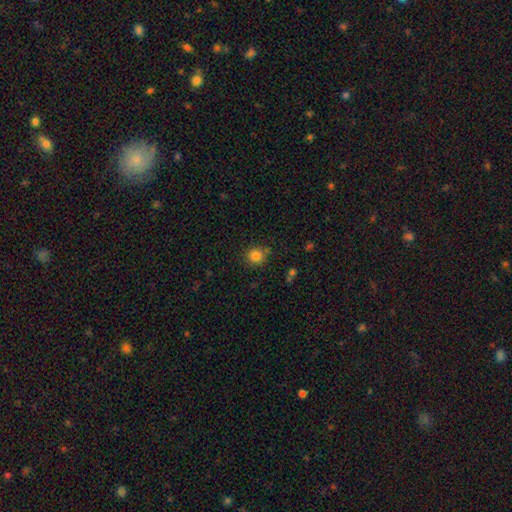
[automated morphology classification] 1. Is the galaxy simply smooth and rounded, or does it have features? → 83% smooth, 12% star or artifact, 5% featured or disk.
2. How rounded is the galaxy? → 91% round, 8% in between, 1% cigar-shaped.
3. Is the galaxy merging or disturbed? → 82% none, 12% minor disturbance, 4% merger, 3% major disturbance.